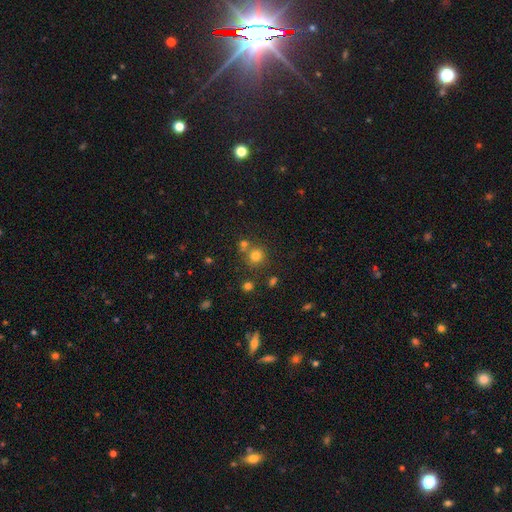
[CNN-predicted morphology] type=smooth (74%); roundness=round (91%); merging=none (69%).